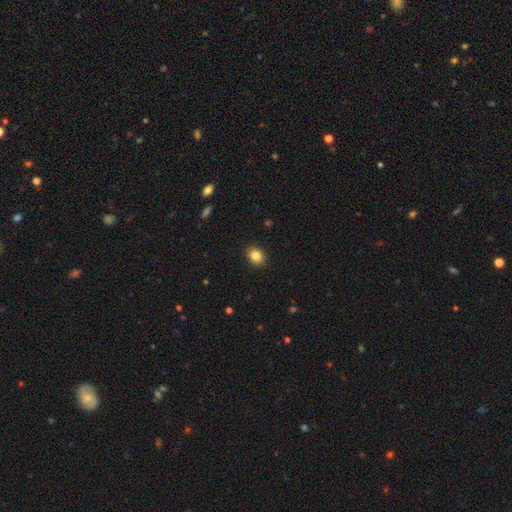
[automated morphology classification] smooth 85%, star or artifact 9%, featured or disk 6%. Down the decision tree: how rounded — in between (54%); merging — none (90%).